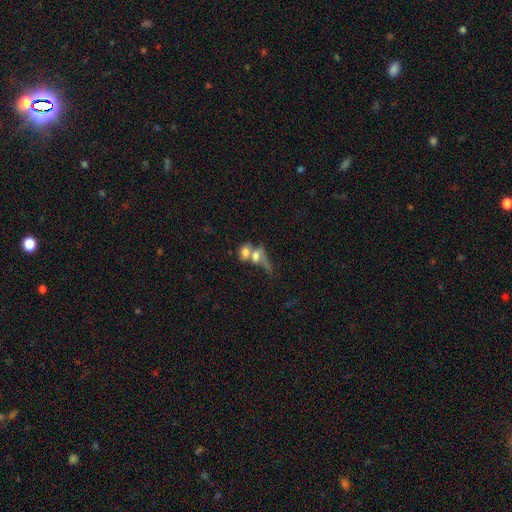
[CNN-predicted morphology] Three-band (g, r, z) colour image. It shows a smooth galaxy with no disk features (61%) that is in between round and cigar-shaped (60%). Merging: merger (69%).